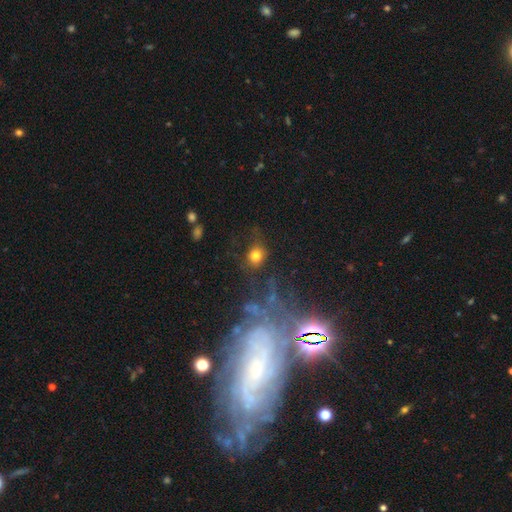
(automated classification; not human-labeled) smooth_or_featured: smooth (p=0.73) [alt: featured or disk p=0.14]
how_rounded: round (p=0.76) [alt: in between p=0.23]
merging: none (p=0.64) [alt: minor disturbance p=0.17]